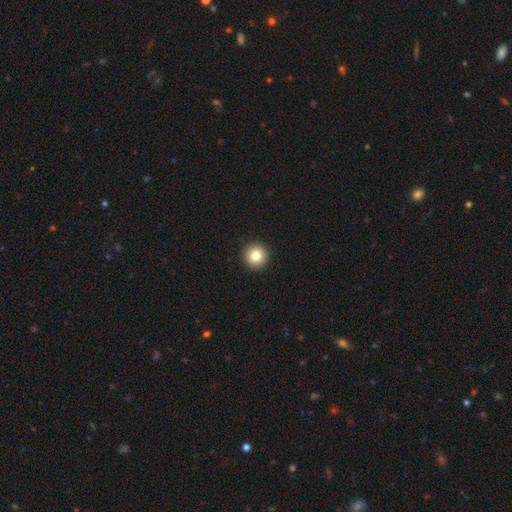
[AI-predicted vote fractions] The model was most divided on "smooth or featured": smooth: 83%, star or artifact: 10%, featured or disk: 7%. More confident: how rounded — round (96%); merging — none (94%).